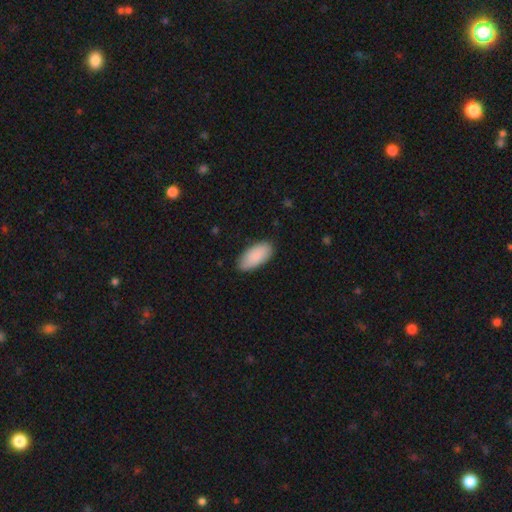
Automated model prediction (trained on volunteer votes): Smooth or featured? Predicted: smooth (p=0.89). How rounded? Predicted: in between (p=0.93). Merging? Predicted: none (p=0.86).